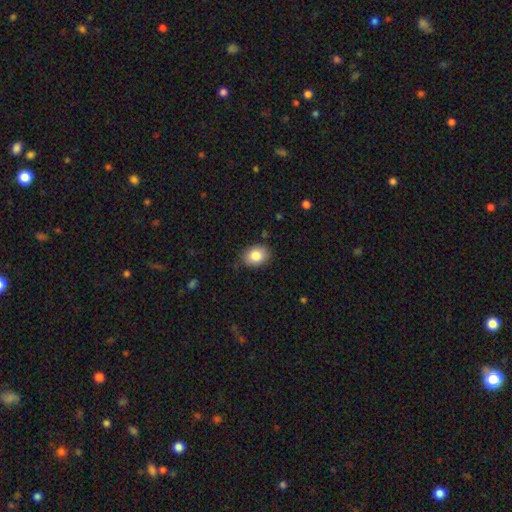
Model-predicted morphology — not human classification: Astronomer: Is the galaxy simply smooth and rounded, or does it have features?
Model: smooth — 85%.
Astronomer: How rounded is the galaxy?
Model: in between — 67%.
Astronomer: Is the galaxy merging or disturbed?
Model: none — 84%.